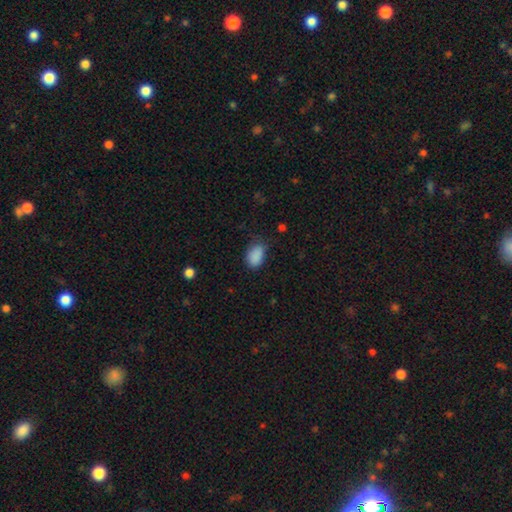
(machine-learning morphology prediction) A smooth galaxy with no disk features (88%) that is in between round and cigar-shaped (89%).

Vote fractions:
- Smooth or featured? smooth: 88% / star or artifact: 9% / featured or disk: 4%
- How rounded? in between: 89% / round: 10% / cigar-shaped: 1%
- Merging? none: 68% / minor disturbance: 25% / major disturbance: 6% / merger: 1%